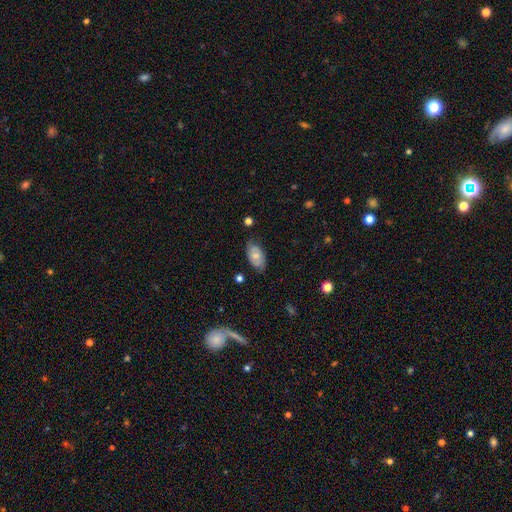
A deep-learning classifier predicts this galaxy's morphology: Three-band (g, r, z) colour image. It shows a smooth galaxy with no disk features (55%) that is in between round and cigar-shaped (93%). Merging: none (75%).